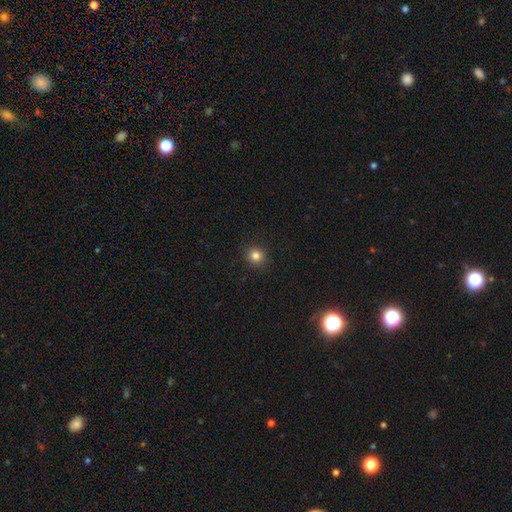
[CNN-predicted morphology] Q: Smooth or featured?
A: smooth (83%); runner-up: star or artifact (12%)
Q: How rounded?
A: round (89%); runner-up: in between (10%)
Q: Merging?
A: none (92%); runner-up: minor disturbance (5%)